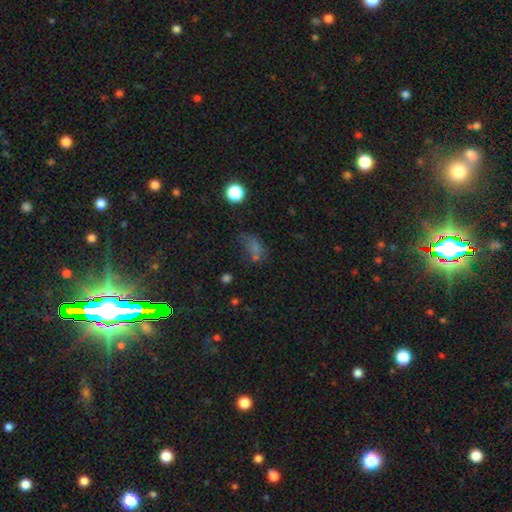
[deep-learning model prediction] This is possibly a smooth galaxy (51%). How rounded: likely in between (70%). Merging: possibly none (46%).